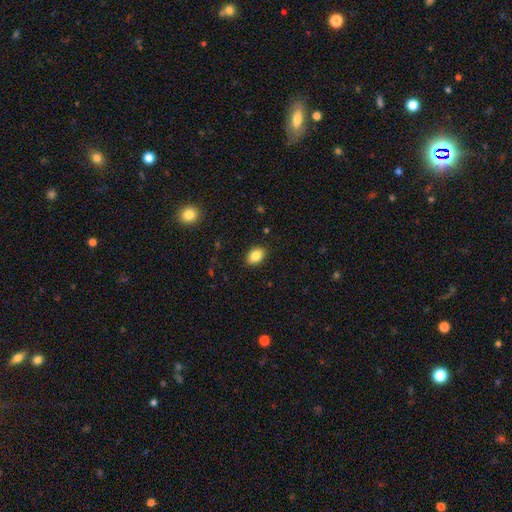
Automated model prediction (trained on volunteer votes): Smooth or featured? Predicted: smooth (p=0.84). How rounded? Predicted: in between (p=0.80). Merging? Predicted: none (p=0.88).